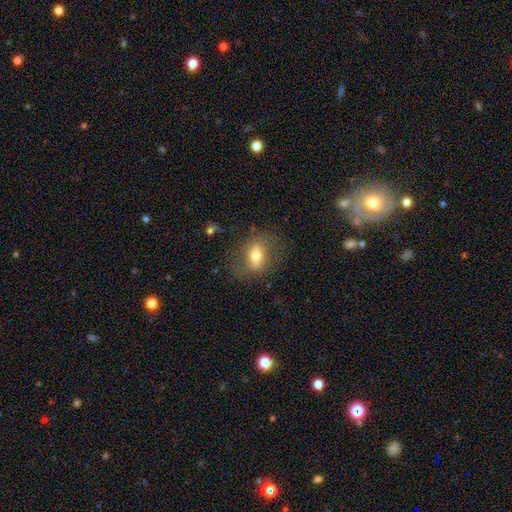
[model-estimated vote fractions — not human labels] Smooth or featured?
  - smooth: 54% *
  - featured or disk: 36%
  - star or artifact: 9%
How rounded?
  - in between: 71% *
  - round: 24%
  - cigar-shaped: 6%
Merging?
  - none: 73% *
  - minor disturbance: 16%
  - major disturbance: 9%
  - merger: 2%